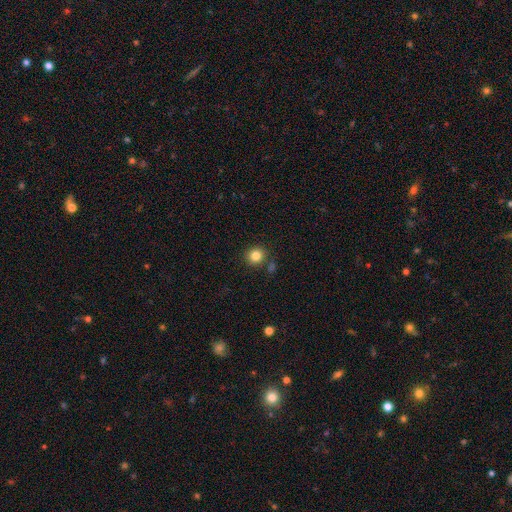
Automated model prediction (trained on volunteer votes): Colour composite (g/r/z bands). It shows a smooth galaxy with no disk features (83%) that is round (89%). Merging: none (84%).